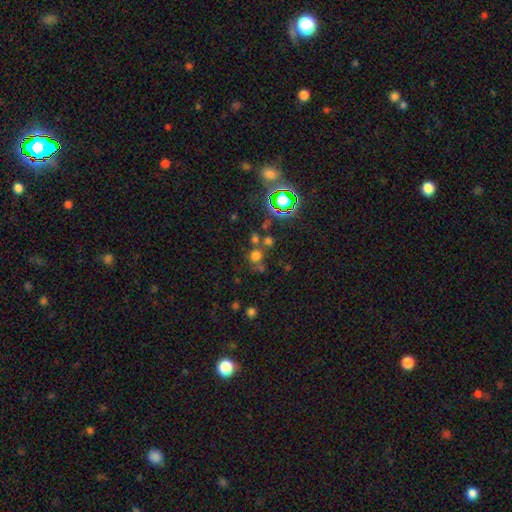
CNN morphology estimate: Smooth or featured?
  - smooth: 59% *
  - star or artifact: 32%
  - featured or disk: 9%
How rounded?
  - round: 89% *
  - in between: 9%
  - cigar-shaped: 1%
Merging?
  - none: 62% *
  - merger: 24%
  - minor disturbance: 9%
  - major disturbance: 5%